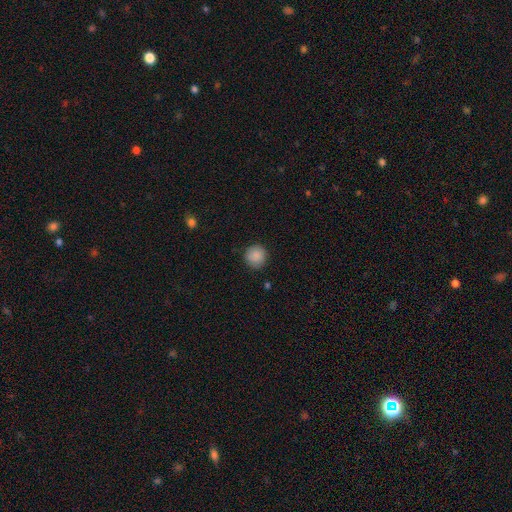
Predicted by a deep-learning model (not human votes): Morphology: type=smooth (88%); roundness=round (93%); merging=none (88%).